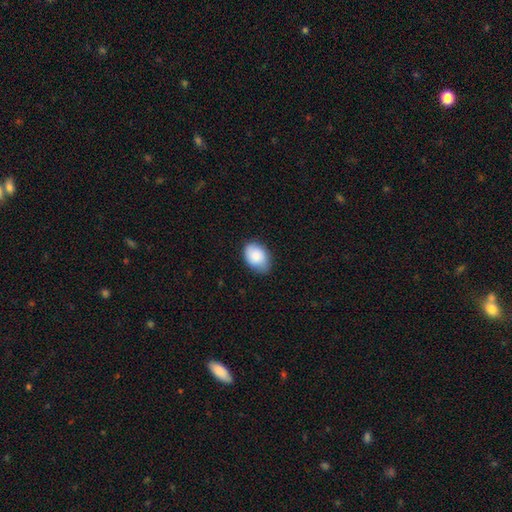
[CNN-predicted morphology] This appears to be a smooth galaxy with no disk features (86%) that is in between round and cigar-shaped (82%). Merging: none (70%).